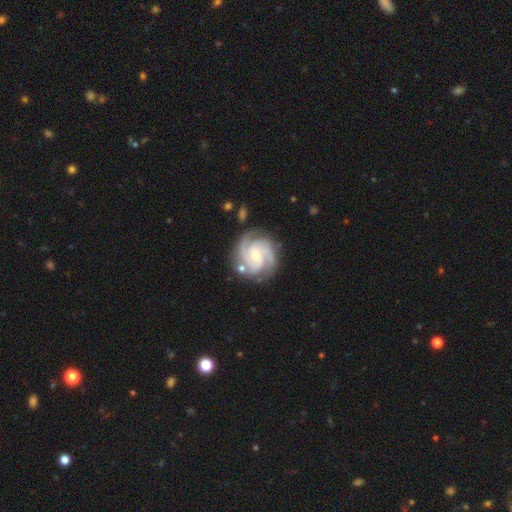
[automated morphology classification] Smooth or featured? featured or disk (91%)
Edge-on disk? no (98%)
Bar? no (63%)
Spiral arms? yes (98%)
Spiral winding? tight (62%)
Spiral arm count? 3 (58%)
Bulge size? small (55%)
Merging? none (79%)